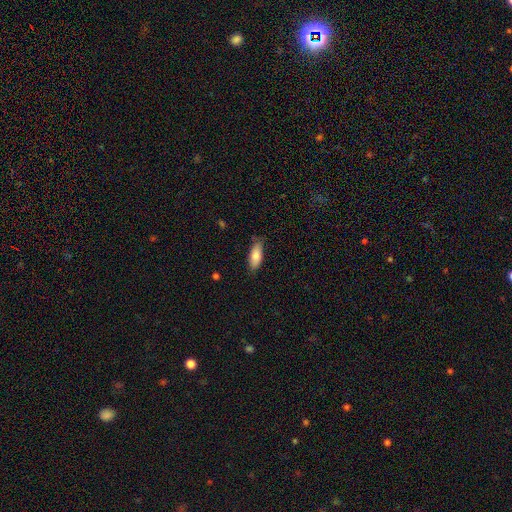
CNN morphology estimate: A smooth galaxy with no disk features (81%) that is in between round and cigar-shaped (79%). Merging: none (79%).